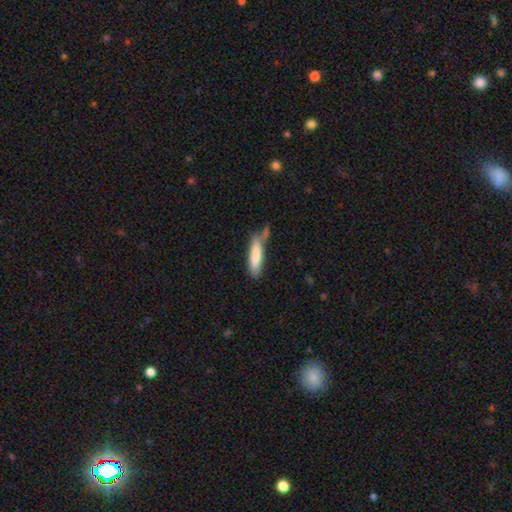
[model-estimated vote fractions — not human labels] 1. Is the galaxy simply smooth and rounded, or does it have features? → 79% smooth, 15% featured or disk, 6% star or artifact.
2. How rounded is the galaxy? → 73% cigar-shaped, 26% in between, 1% round.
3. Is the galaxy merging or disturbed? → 57% none, 24% minor disturbance, 12% merger, 8% major disturbance.